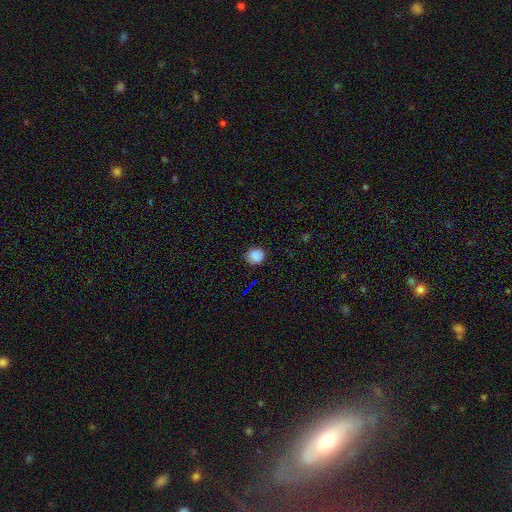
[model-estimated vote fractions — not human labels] smooth 85%, star or artifact 11%, featured or disk 4%. Down the decision tree: how rounded — round (76%); merging — none (83%).